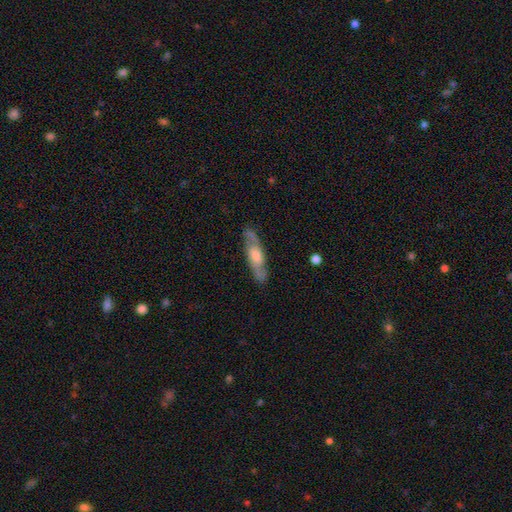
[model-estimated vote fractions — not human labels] Smooth or featured: featured or disk — 63% (smooth — 31%)
Edge-on disk: no — 56% (yes — 44%)
Merging: none — 83% (minor disturbance — 13%)